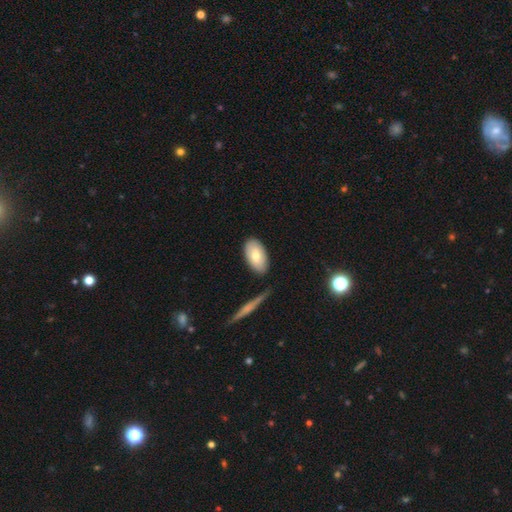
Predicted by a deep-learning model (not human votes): This is likely a smooth galaxy (74%). How rounded: clearly in between (94%). Merging: clearly none (80%).